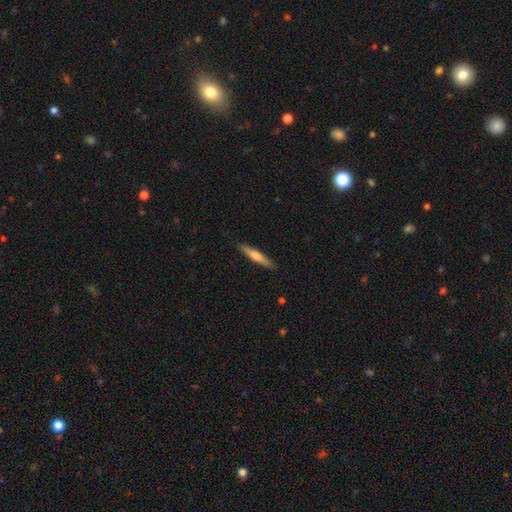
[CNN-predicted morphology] Overall: smooth (53%; featured or disk 42%). How rounded: cigar-shaped (90%). Merging: none (90%).